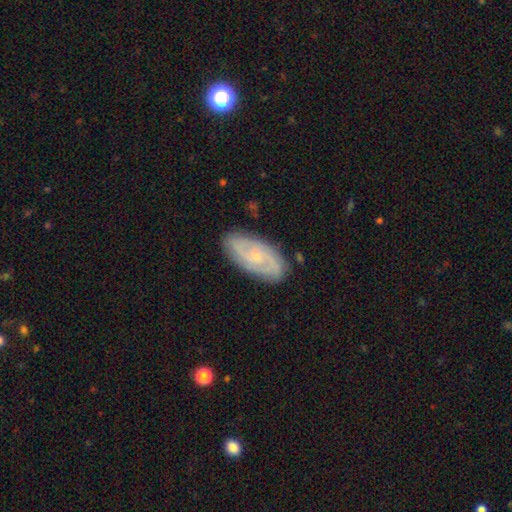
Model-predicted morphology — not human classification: The model was most divided on "spiral winding": tight: 48%, medium: 39%, loose: 13%. Remaining: edge-on disk — no (94%); spiral arms — yes (93%); merging — none (82%); smooth or featured — featured or disk (72%); bulge size — small (71%); bar — no (63%); spiral arm count — 2 (45%).